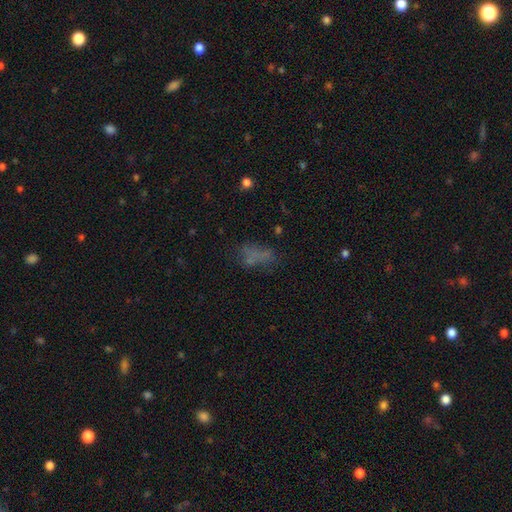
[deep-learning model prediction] The model was most divided on "merging": none: 48%, major disturbance: 23%, minor disturbance: 21%, merger: 8%. More confident: how rounded — in between (78%); smooth or featured — smooth (53%).